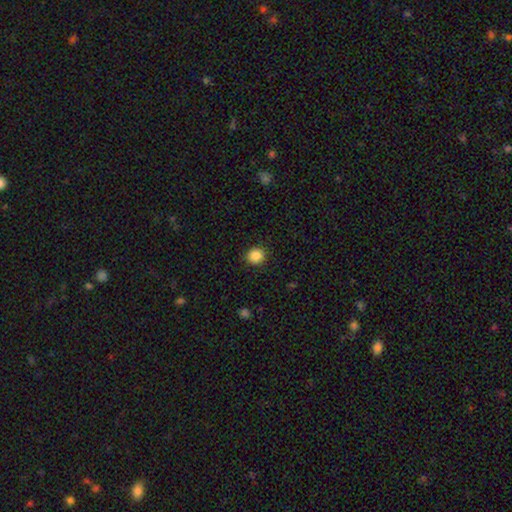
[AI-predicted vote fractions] Overall: smooth (87%). How rounded: round (87%). Merging: none (90%).